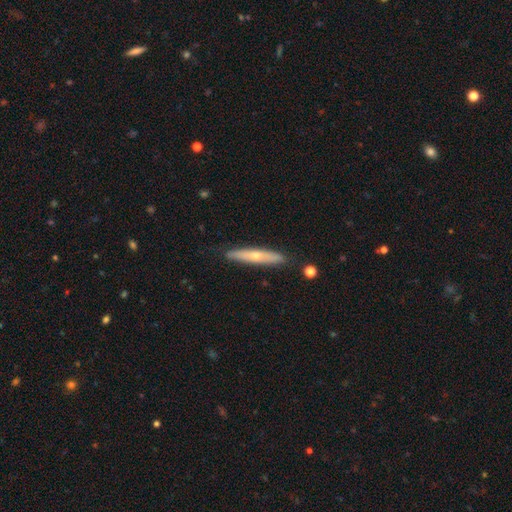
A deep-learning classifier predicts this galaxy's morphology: The model was most divided on "smooth or featured": featured or disk: 52%, smooth: 42%, star or artifact: 6%. More confident: merging — none (87%); edge-on disk — yes (86%).